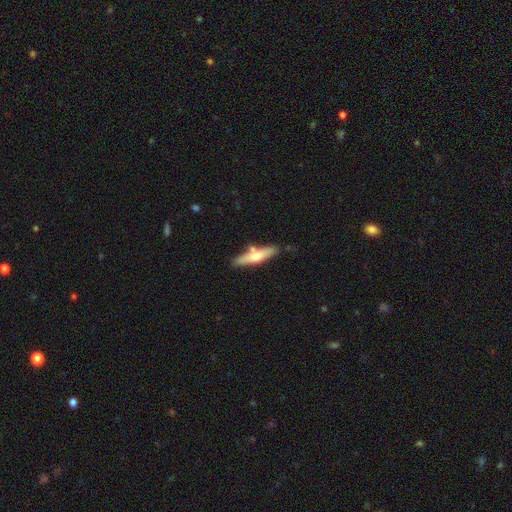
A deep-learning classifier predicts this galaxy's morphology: smooth-or-featured: smooth: 56% | featured or disk: 39% | star or artifact: 5%
  how-rounded: cigar-shaped: 80% | in between: 18% | round: 2%
  merging: none: 73% | minor disturbance: 14% | merger: 10% | major disturbance: 3%